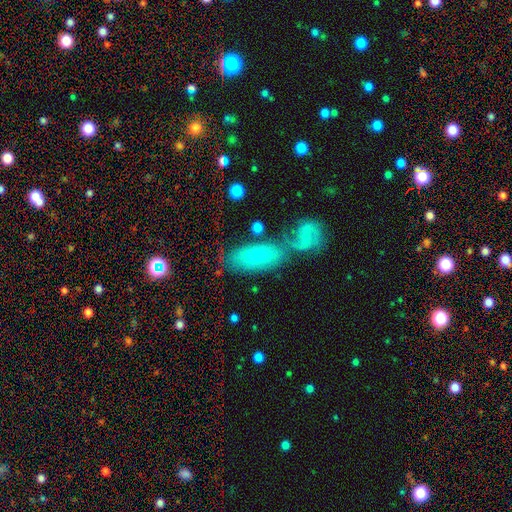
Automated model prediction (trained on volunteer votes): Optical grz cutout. It shows a smooth galaxy with no disk features (55%) that is in between round and cigar-shaped (84%). Merging: none (45%).